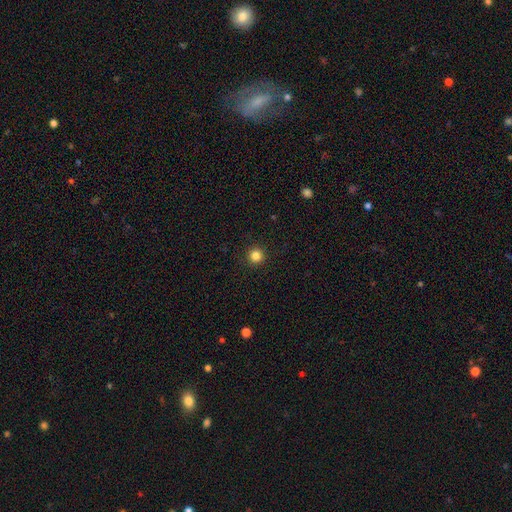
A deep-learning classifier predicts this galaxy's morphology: Smooth or featured?
  - smooth: 84% *
  - star or artifact: 12%
  - featured or disk: 4%
How rounded?
  - round: 96% *
  - in between: 3%
  - cigar-shaped: 1%
Merging?
  - none: 93% *
  - minor disturbance: 4%
  - major disturbance: 2%
  - merger: 1%